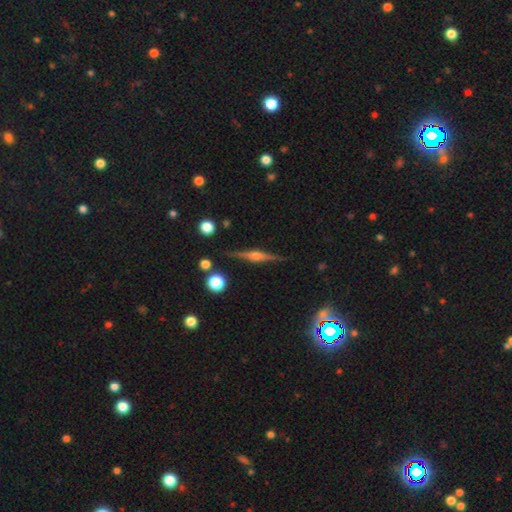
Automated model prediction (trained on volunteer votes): A featured or disk galaxy (80%) viewed edge-on (98%) with a rounded central bulge (87%). Merging: none (89%).